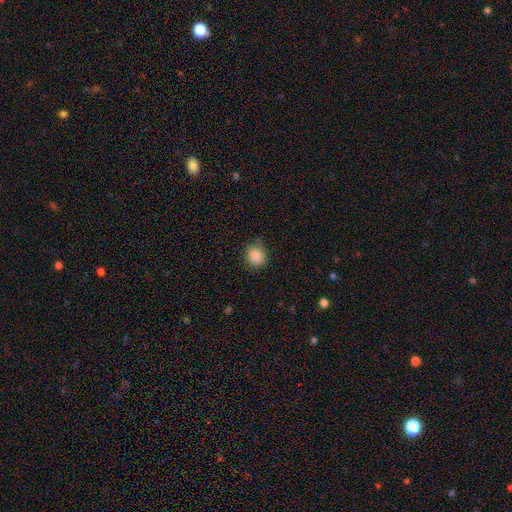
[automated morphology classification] Smooth or featured?
  - smooth: 87% *
  - star or artifact: 9%
  - featured or disk: 4%
How rounded?
  - round: 75% *
  - in between: 24%
  - cigar-shaped: 1%
Merging?
  - none: 72% *
  - minor disturbance: 22%
  - major disturbance: 5%
  - merger: 1%